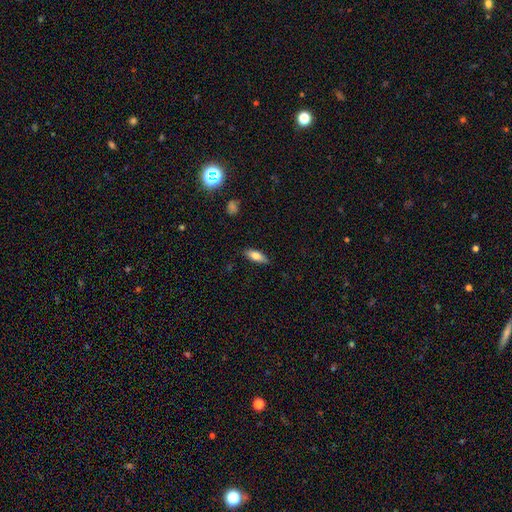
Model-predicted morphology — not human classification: Smooth or featured? Predicted: smooth (p=0.70). How rounded? Predicted: in between (p=0.66). Merging? Predicted: none (p=0.86).